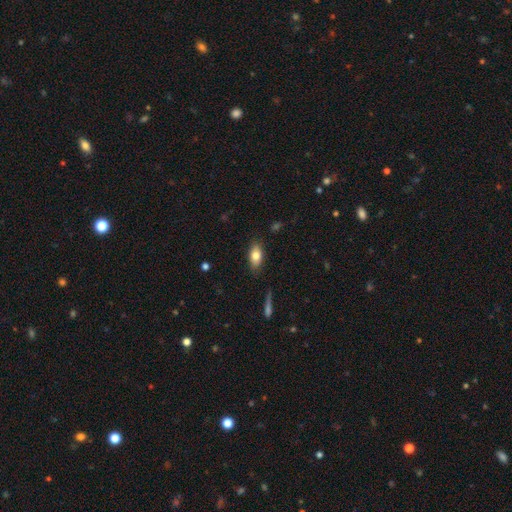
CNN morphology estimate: Smooth or featured? Predicted: smooth (p=0.77). How rounded? Predicted: in between (p=0.87). Merging? Predicted: none (p=0.83).